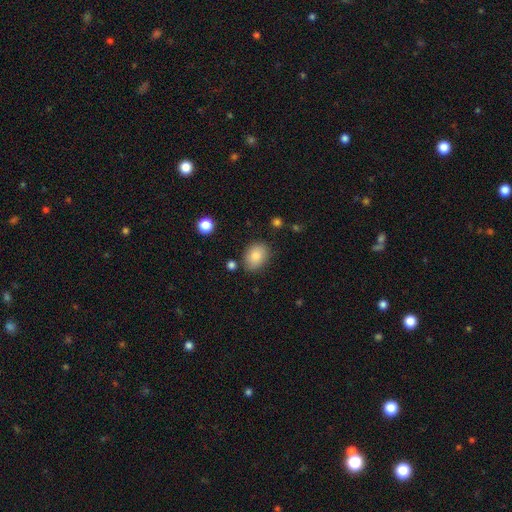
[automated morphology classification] Smooth or featured? Predicted: smooth (p=0.84). How rounded? Predicted: in between (p=0.67). Merging? Predicted: none (p=0.79).